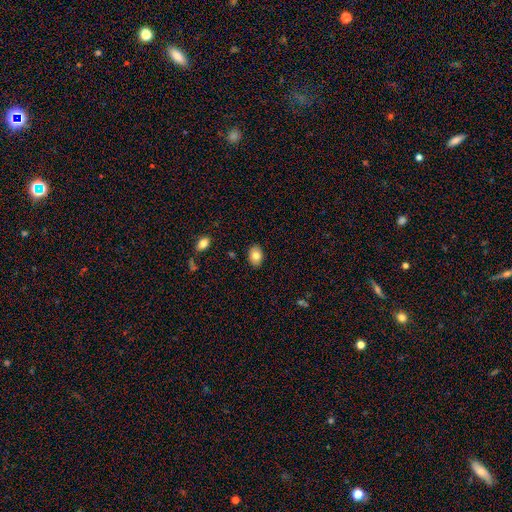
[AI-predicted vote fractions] smooth_or_featured: smooth (p=0.81) [alt: featured or disk p=0.12]
how_rounded: in between (p=0.82) [alt: round p=0.17]
merging: none (p=0.88) [alt: minor disturbance p=0.09]